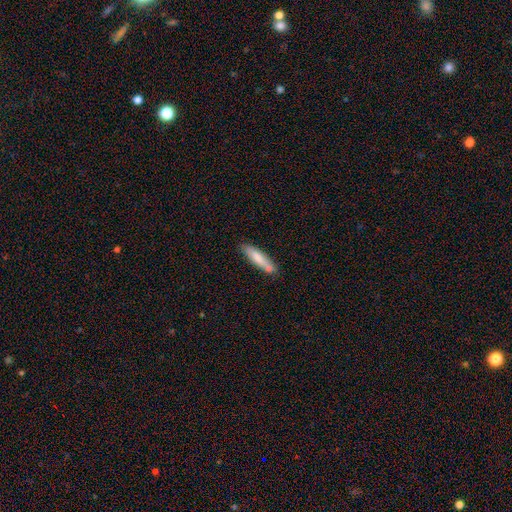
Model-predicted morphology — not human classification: Smooth or featured? Predicted: smooth (p=0.74). How rounded? Predicted: cigar-shaped (p=0.84). Merging? Predicted: none (p=0.74).